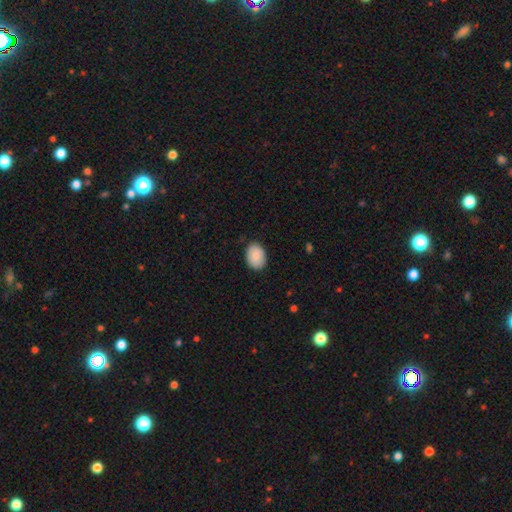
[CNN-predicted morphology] This appears to be a smooth galaxy with no disk features (88%) that is in between round and cigar-shaped (79%). Merging: none (86%).